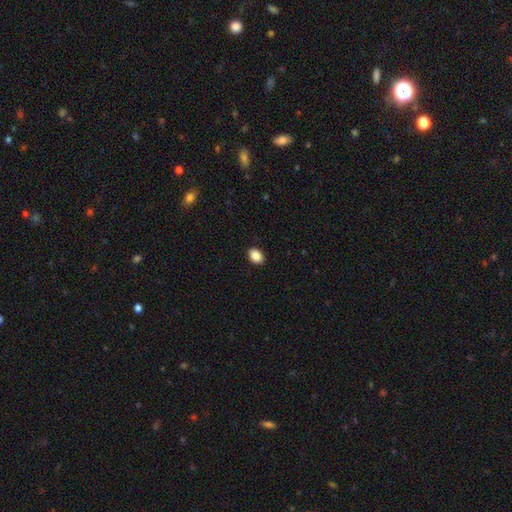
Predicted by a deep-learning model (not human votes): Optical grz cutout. It shows a smooth galaxy with no disk features (88%) that is in between round and cigar-shaped (75%). Merging: none (90%).